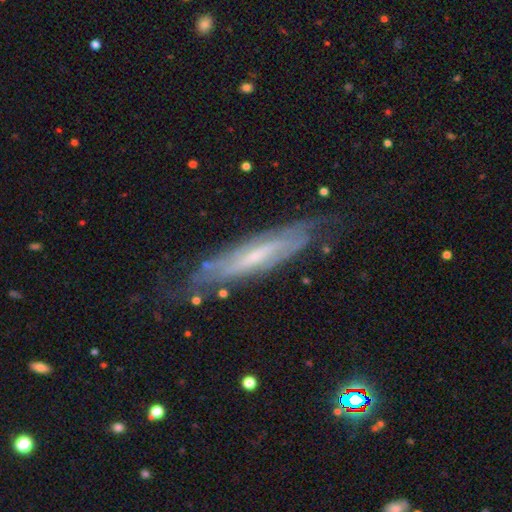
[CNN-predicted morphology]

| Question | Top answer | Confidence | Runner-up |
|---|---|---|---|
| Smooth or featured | featured or disk | 71% | smooth (21%) |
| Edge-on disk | yes | 53% | no (47%) |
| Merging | none | 72% | minor disturbance (20%) |